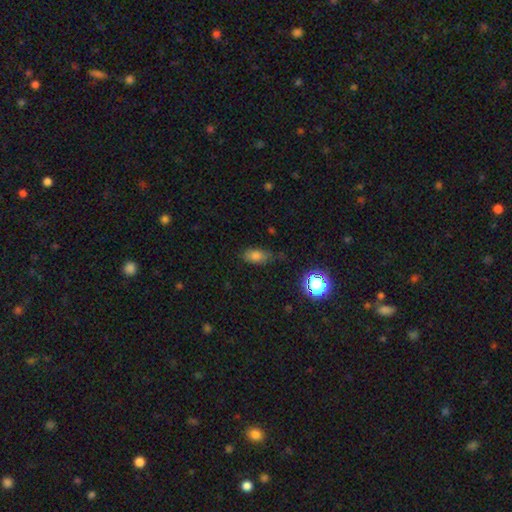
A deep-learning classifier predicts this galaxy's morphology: Overall: smooth (76%). How rounded: in between (84%). Merging: none (67%).